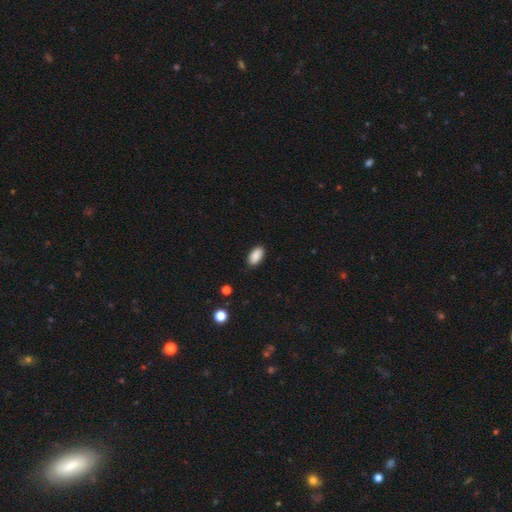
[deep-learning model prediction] This is clearly a smooth galaxy (89%). How rounded: clearly in between (94%). Merging: clearly none (87%).